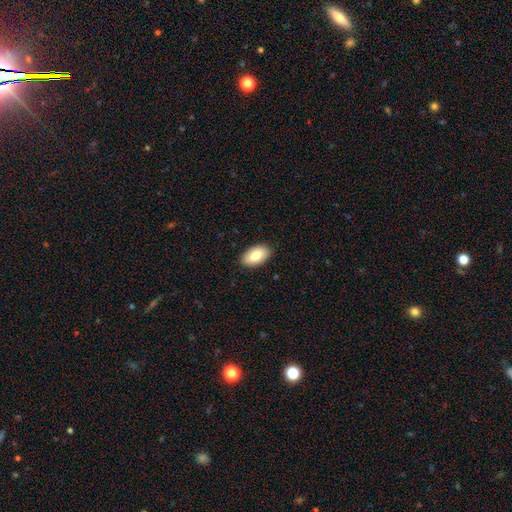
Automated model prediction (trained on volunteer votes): Smooth or featured: smooth — 81% (featured or disk — 12%)
How rounded: in between — 94% (round — 4%)
Merging: none — 89% (minor disturbance — 8%)